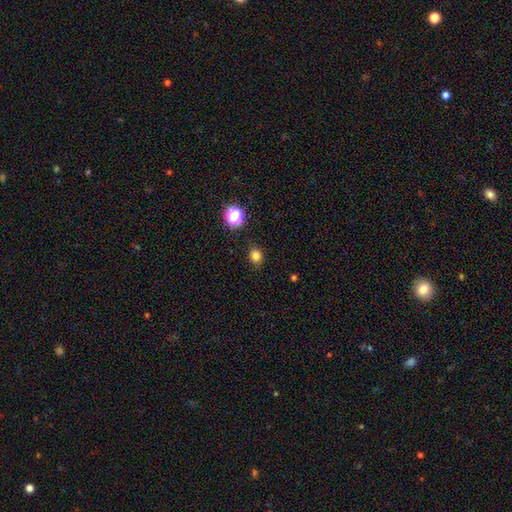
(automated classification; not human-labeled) Smooth or featured? Predicted: smooth (p=0.81). How rounded? Predicted: round (p=0.70). Merging? Predicted: none (p=0.85).